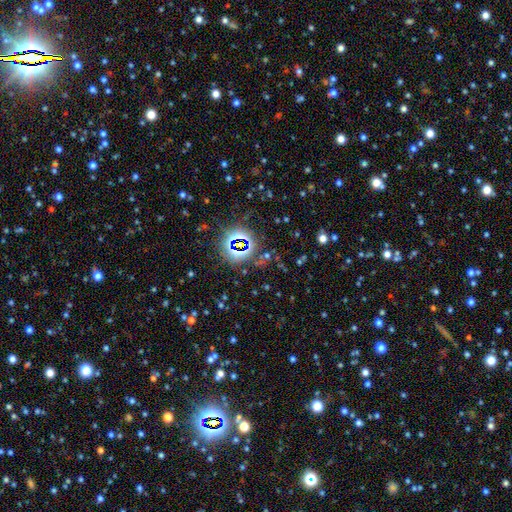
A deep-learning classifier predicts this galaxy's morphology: Overall: star or artifact (75%).